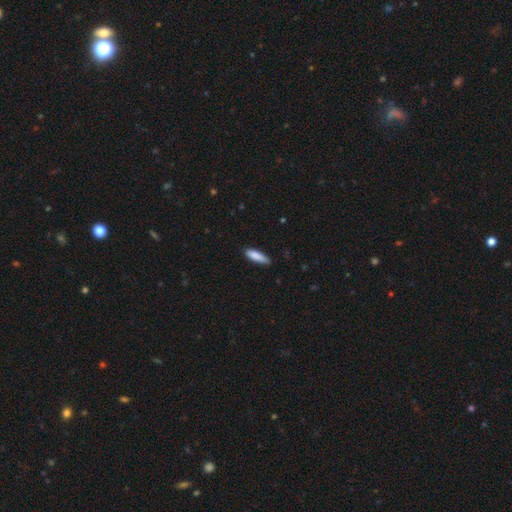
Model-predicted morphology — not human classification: Overall: smooth (87%). How rounded: cigar-shaped (61%; in between 38%). Merging: none (82%).